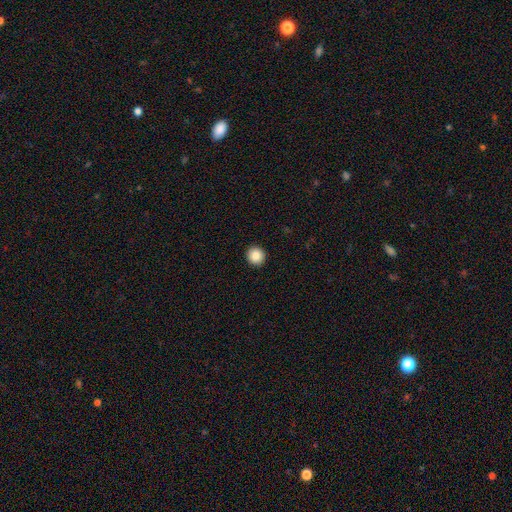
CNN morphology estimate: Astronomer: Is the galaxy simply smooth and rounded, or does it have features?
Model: smooth — 87%.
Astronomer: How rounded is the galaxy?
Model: round — 93%.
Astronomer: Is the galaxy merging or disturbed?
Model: none — 93%.